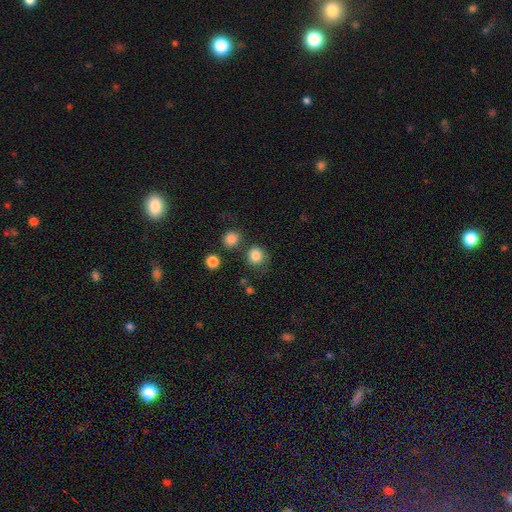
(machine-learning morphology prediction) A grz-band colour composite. It shows a smooth galaxy with no disk features (84%) that is round (85%). Merging: none (69%).